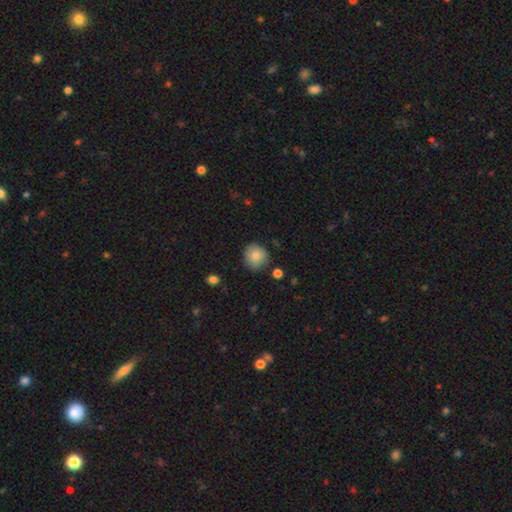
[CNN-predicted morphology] Smooth or featured?
  - smooth: 83% *
  - featured or disk: 8%
  - star or artifact: 8%
How rounded?
  - round: 89% *
  - in between: 10%
  - cigar-shaped: 1%
Merging?
  - none: 82% *
  - minor disturbance: 13%
  - major disturbance: 3%
  - merger: 2%